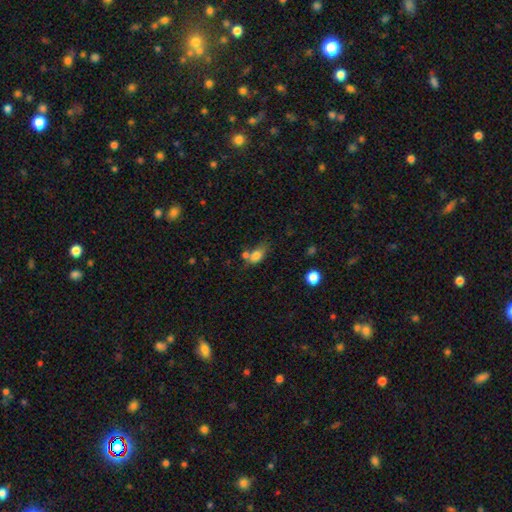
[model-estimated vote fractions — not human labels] Smooth or featured? smooth (79%)
How rounded? in between (84%)
Merging? none (40%)